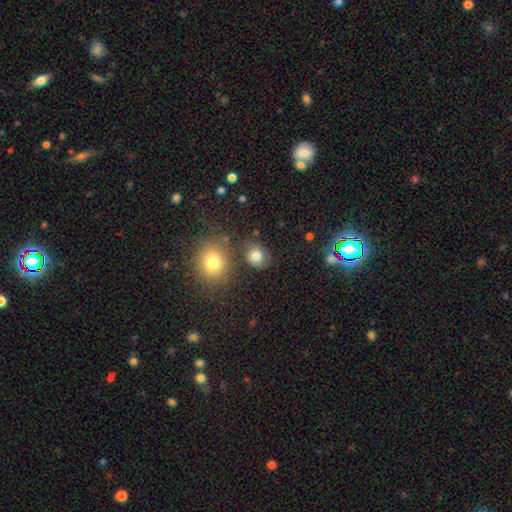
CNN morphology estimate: The model was most divided on "how rounded": round: 71%, in between: 28%, cigar-shaped: 1%. More confident: smooth or featured — smooth (81%); merging — none (70%).